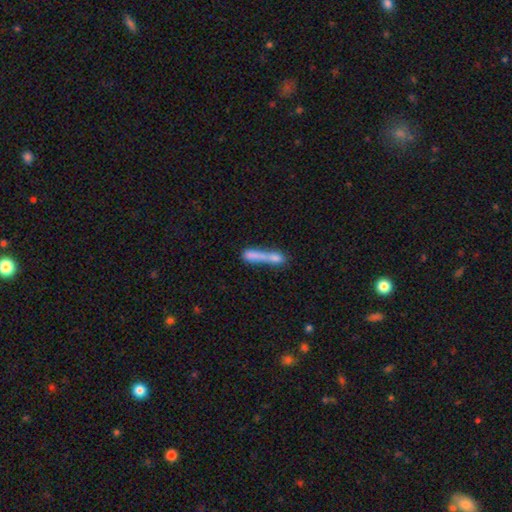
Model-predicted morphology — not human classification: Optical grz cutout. It shows a smooth galaxy with no disk features (68%) that is cigar-shaped (76%). Merging: merger (43%).